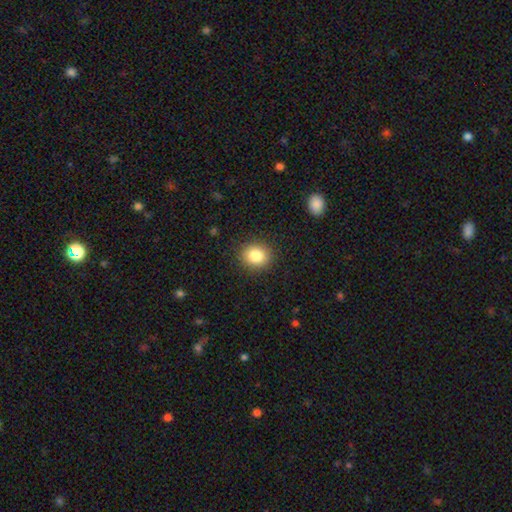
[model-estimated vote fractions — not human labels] smooth 84%, star or artifact 10%, featured or disk 6%. Down the decision tree: how rounded — round (77%); merging — none (90%).